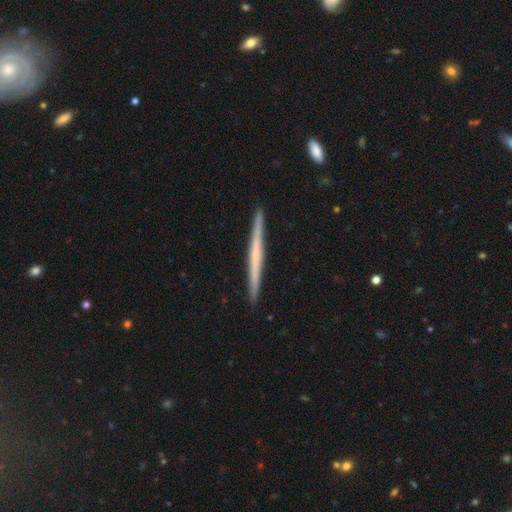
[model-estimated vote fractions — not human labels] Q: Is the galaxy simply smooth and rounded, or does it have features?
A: featured or disk — 57%.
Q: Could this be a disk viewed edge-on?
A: yes — 98%.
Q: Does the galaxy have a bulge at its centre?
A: none — 80%.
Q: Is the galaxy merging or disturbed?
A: none — 92%.